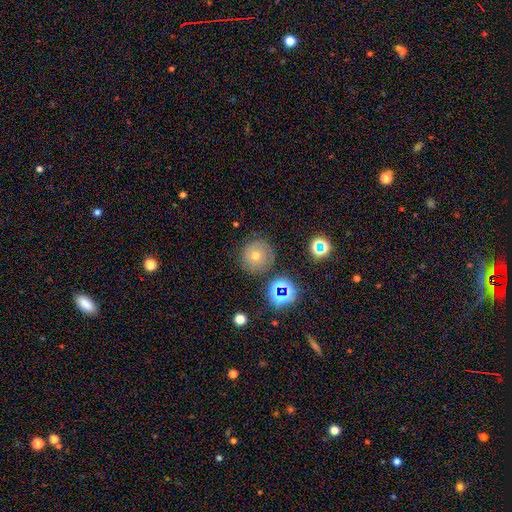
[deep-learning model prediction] A smooth galaxy with no disk features (39%). Merging: none (83%).